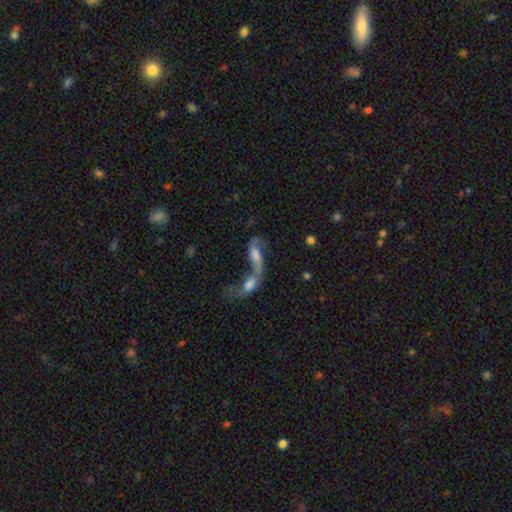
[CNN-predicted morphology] featured or disk 56%, smooth 32%, star or artifact 12%. Down the decision tree: edge-on disk — no (86%); merging — merger (78%).